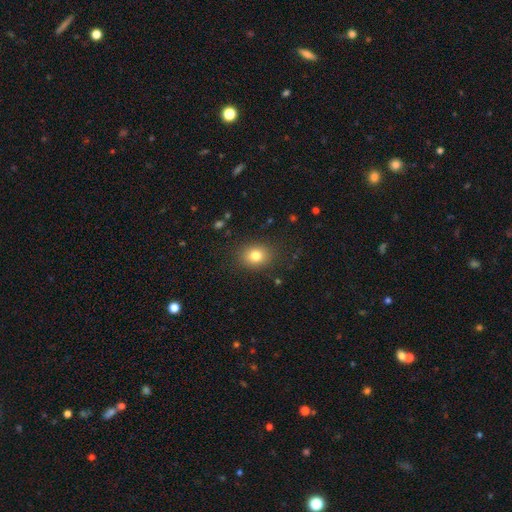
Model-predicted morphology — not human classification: This appears to be a smooth galaxy with no disk features (80%) that is round (53%). Merging: none (86%).